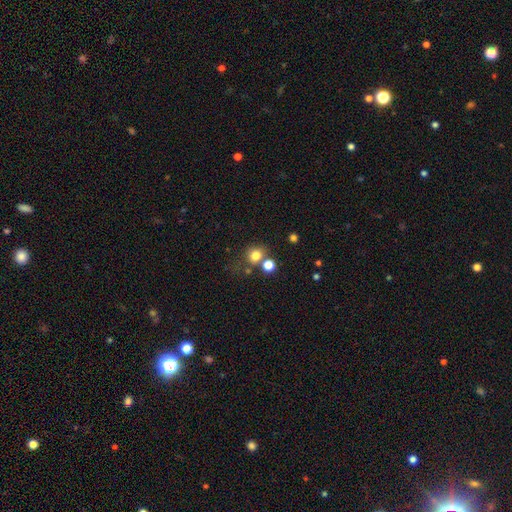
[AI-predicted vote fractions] A smooth galaxy with no disk features (77%) that is round (80%).

Vote fractions:
- Smooth or featured? smooth: 77% / star or artifact: 15% / featured or disk: 8%
- How rounded? round: 80% / in between: 19% / cigar-shaped: 1%
- Merging? none: 62% / merger: 20% / minor disturbance: 12% / major disturbance: 6%